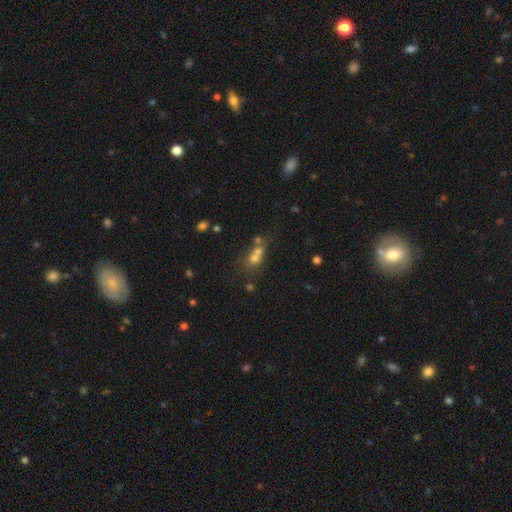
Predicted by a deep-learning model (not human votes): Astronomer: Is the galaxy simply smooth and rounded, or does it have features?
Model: smooth — 60%.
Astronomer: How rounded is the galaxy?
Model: round — 66%.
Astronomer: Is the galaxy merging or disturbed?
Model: merger — 60%.